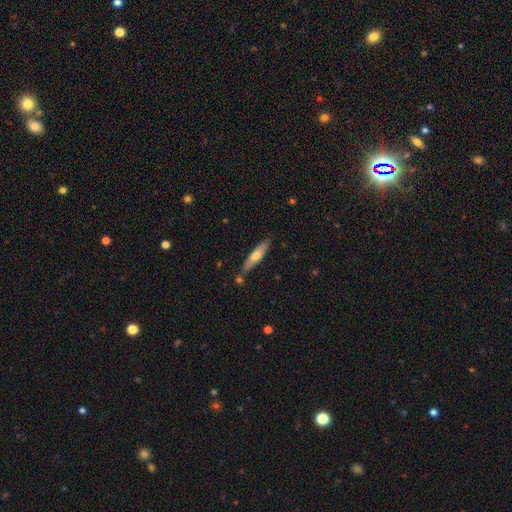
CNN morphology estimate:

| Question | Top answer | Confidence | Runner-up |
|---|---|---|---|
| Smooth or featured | smooth | 56% | featured or disk (39%) |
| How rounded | cigar-shaped | 82% | in between (17%) |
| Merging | none | 79% | minor disturbance (14%) |